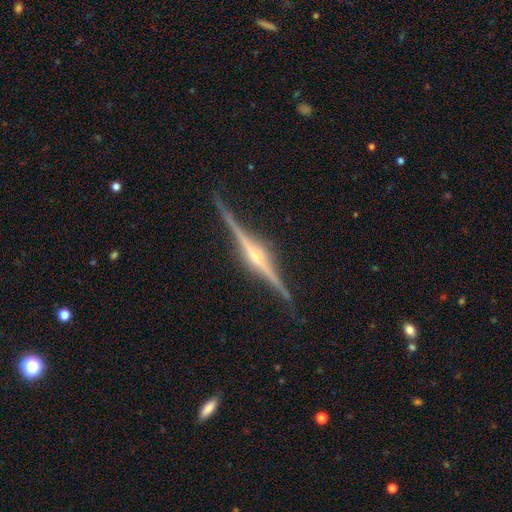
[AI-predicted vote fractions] A featured or disk galaxy (91%) viewed edge-on (98%) with a rounded central bulge (86%). Merging: none (88%).